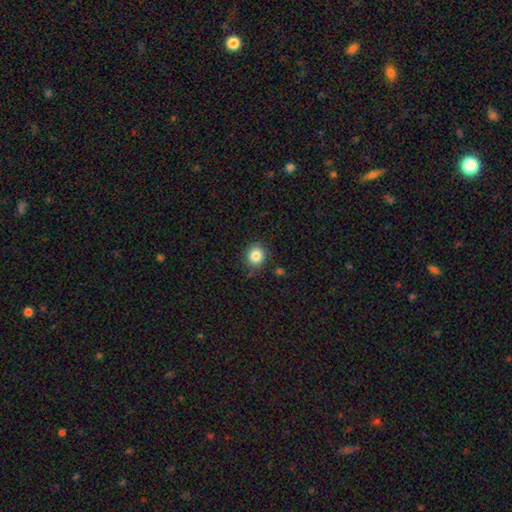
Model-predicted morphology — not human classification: type=smooth (84%); roundness=round (81%); merging=none (83%).